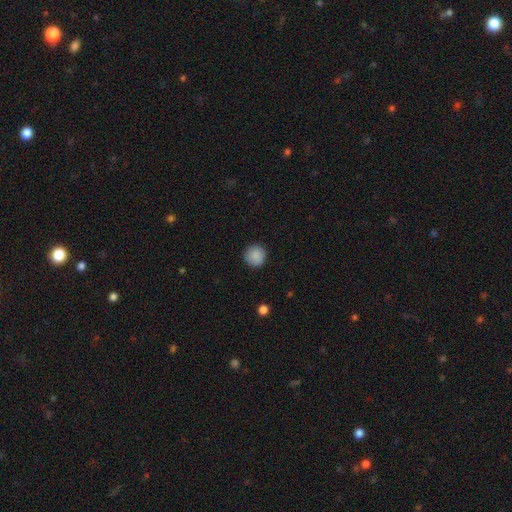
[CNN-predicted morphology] Q: Smooth or featured?
A: smooth (89%); runner-up: star or artifact (8%)
Q: How rounded?
A: round (95%); runner-up: in between (4%)
Q: Merging?
A: none (90%); runner-up: minor disturbance (7%)